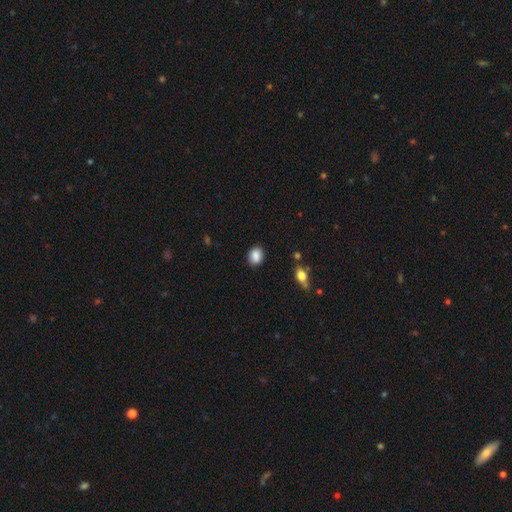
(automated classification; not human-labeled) This is clearly a smooth galaxy (86%). How rounded: possibly in between (54%). Merging: clearly none (87%).